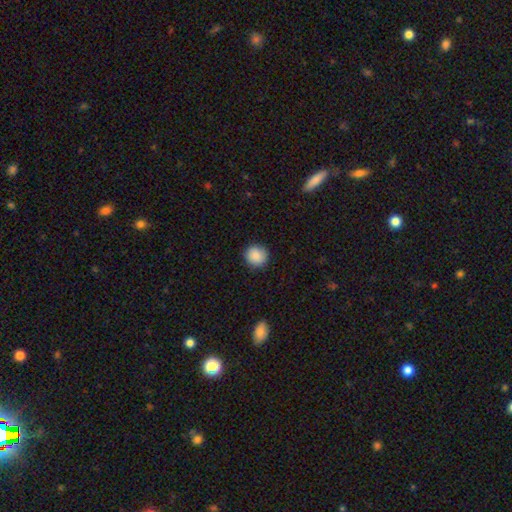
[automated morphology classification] Smooth or featured?
  - smooth: 89% *
  - star or artifact: 8%
  - featured or disk: 3%
How rounded?
  - round: 93% *
  - in between: 6%
  - cigar-shaped: 1%
Merging?
  - none: 90% *
  - minor disturbance: 7%
  - major disturbance: 2%
  - merger: 1%